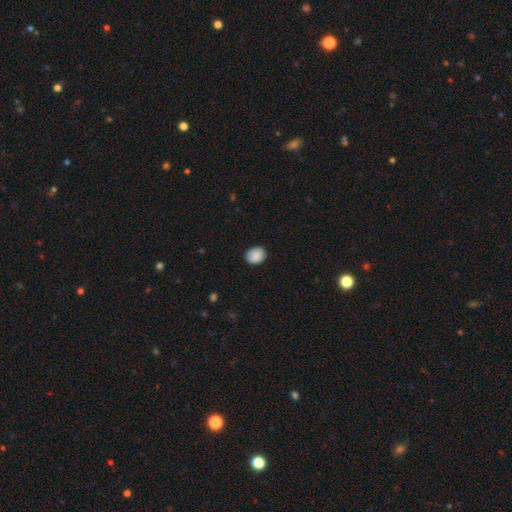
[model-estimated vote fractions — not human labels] A smooth galaxy with no disk features (88%) that is round (52%). Merging: none (84%).